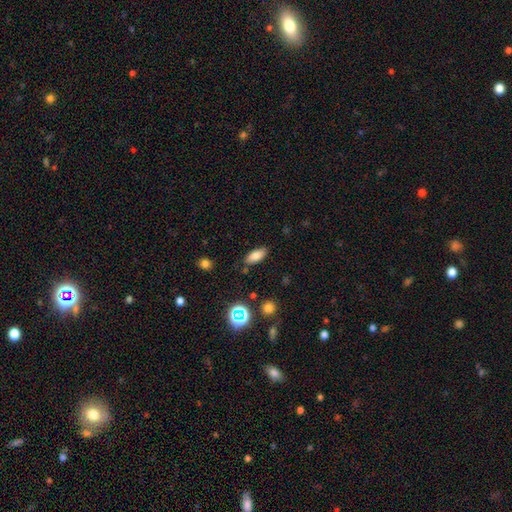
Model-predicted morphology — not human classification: Smooth or featured? Predicted: smooth (p=0.79). How rounded? Predicted: in between (p=0.84). Merging? Predicted: none (p=0.83).